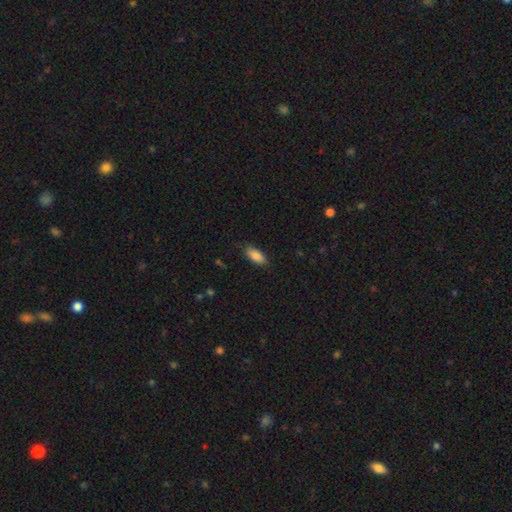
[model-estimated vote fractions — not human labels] A smooth galaxy with no disk features (87%) that is in between round and cigar-shaped (85%). Merging: none (82%).